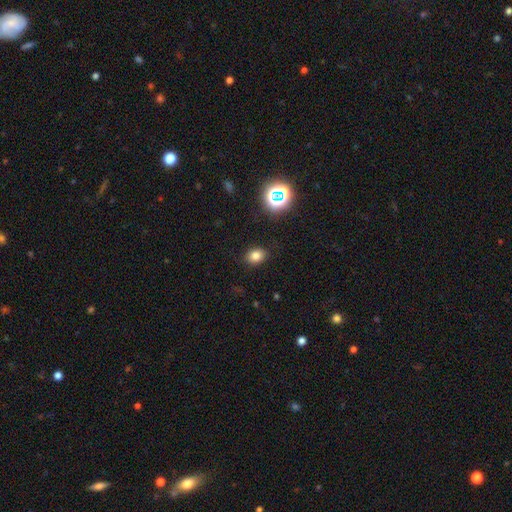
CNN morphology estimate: Smooth or featured? Predicted: smooth (p=0.77). How rounded? Predicted: in between (p=0.61). Merging? Predicted: none (p=0.87).